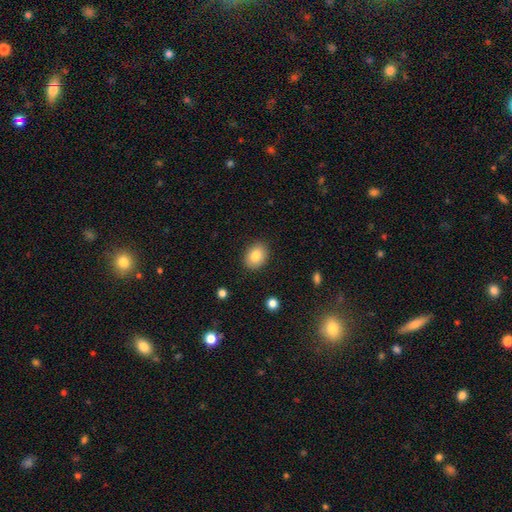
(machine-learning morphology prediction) The model was most divided on "how rounded": in between: 57%, round: 43%, cigar-shaped: 1%. More confident: merging — none (87%); smooth or featured — smooth (82%).